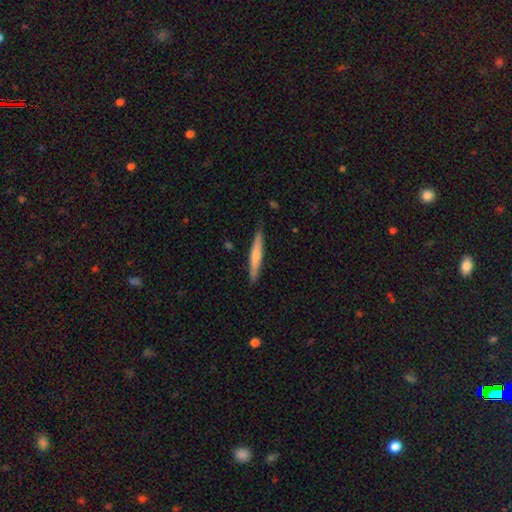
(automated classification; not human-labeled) smooth 58%, featured or disk 37%, star or artifact 5%. Down the decision tree: how rounded — cigar-shaped (95%); merging — none (89%).